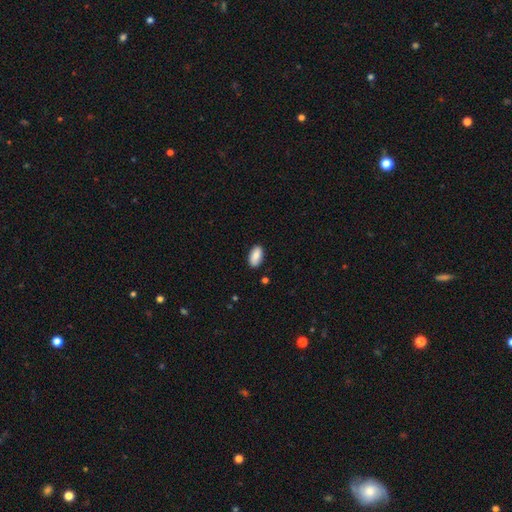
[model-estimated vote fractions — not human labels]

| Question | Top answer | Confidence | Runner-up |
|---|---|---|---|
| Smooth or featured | smooth | 86% | featured or disk (7%) |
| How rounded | in between | 93% | cigar-shaped (4%) |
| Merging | none | 87% | minor disturbance (10%) |